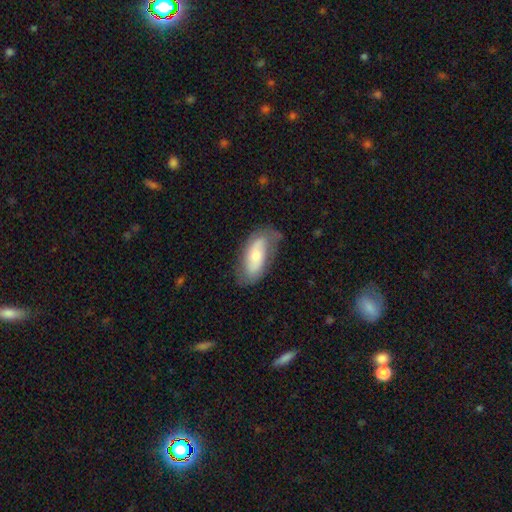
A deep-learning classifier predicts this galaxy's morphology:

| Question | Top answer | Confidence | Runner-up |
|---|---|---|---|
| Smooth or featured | smooth | 52% | featured or disk (42%) |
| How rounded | in between | 86% | cigar-shaped (10%) |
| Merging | none | 62% | minor disturbance (26%) |